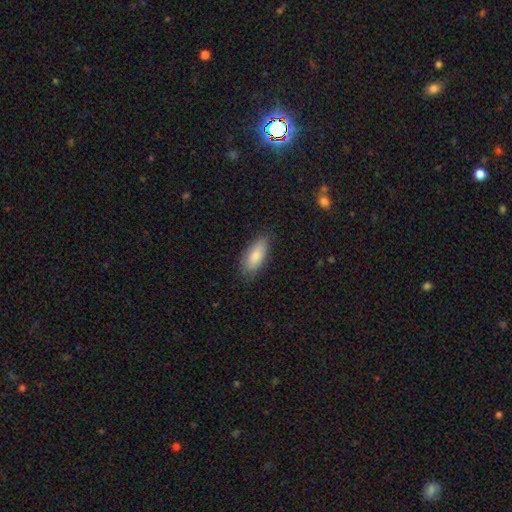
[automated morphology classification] Smooth or featured?
  - smooth: 84% *
  - featured or disk: 10%
  - star or artifact: 6%
How rounded?
  - in between: 84% *
  - cigar-shaped: 14%
  - round: 2%
Merging?
  - none: 78% *
  - minor disturbance: 17%
  - major disturbance: 4%
  - merger: 1%